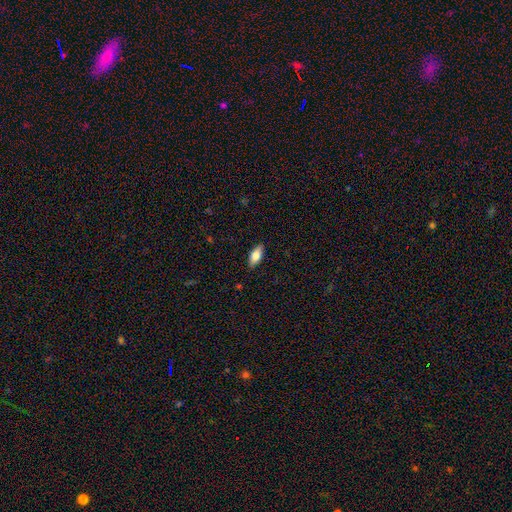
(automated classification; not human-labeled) The model was most divided on "smooth or featured": smooth: 73%, featured or disk: 21%, star or artifact: 6%. More confident: merging — none (87%); how rounded — in between (82%).